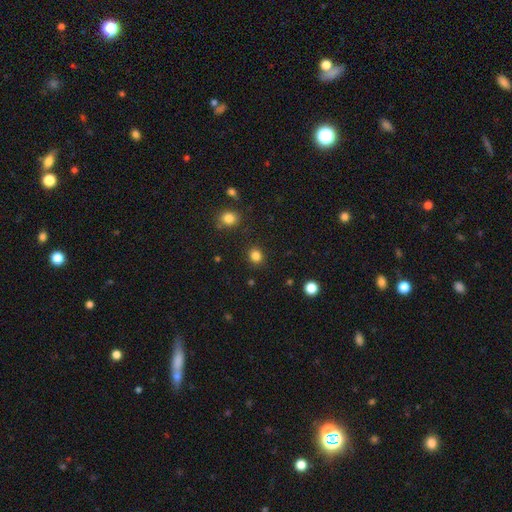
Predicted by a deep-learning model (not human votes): smooth-or-featured: smooth: 83% | star or artifact: 13% | featured or disk: 4%
  how-rounded: round: 74% | in between: 25% | cigar-shaped: 1%
  merging: none: 88% | minor disturbance: 7% | major disturbance: 2% | merger: 2%